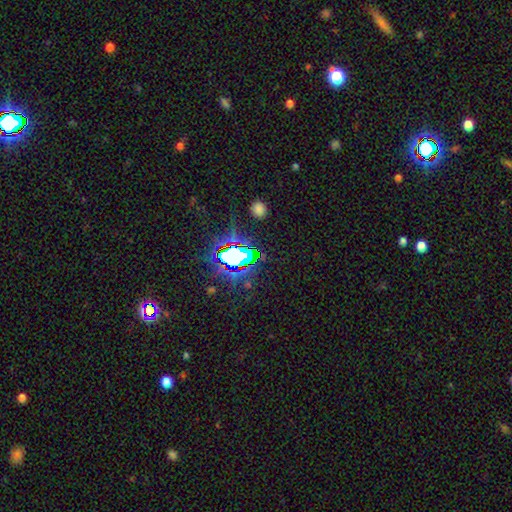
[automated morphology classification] smooth_or_featured: star or artifact (p=0.73) [alt: smooth p=0.16]